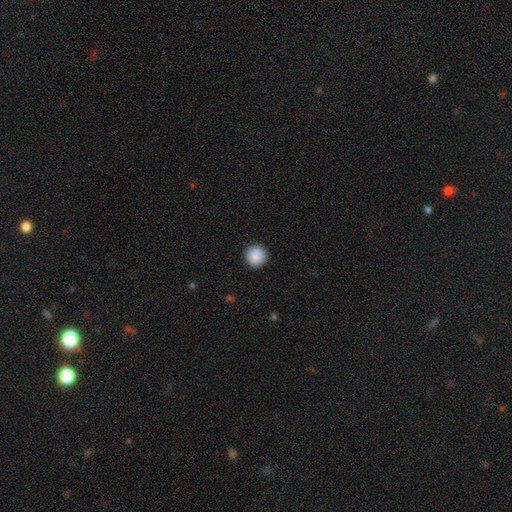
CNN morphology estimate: smooth-or-featured: smooth: 90% | star or artifact: 7% | featured or disk: 3%
  how-rounded: round: 94% | in between: 5% | cigar-shaped: 1%
  merging: none: 91% | minor disturbance: 6% | major disturbance: 2% | merger: 1%